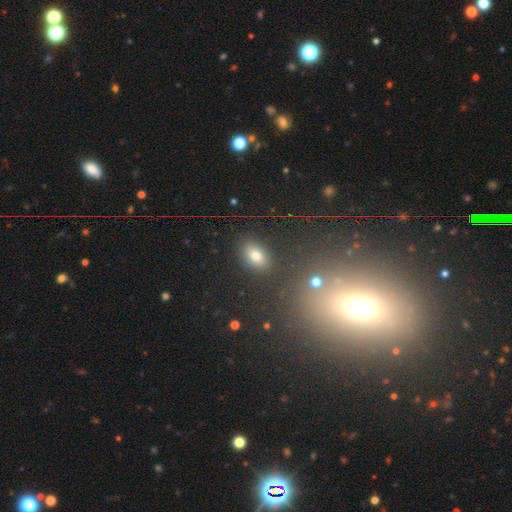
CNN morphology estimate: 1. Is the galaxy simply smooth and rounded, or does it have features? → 74% smooth, 16% star or artifact, 10% featured or disk.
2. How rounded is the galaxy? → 81% in between, 16% round, 2% cigar-shaped.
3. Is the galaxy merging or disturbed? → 86% none, 8% minor disturbance, 3% major disturbance, 2% merger.